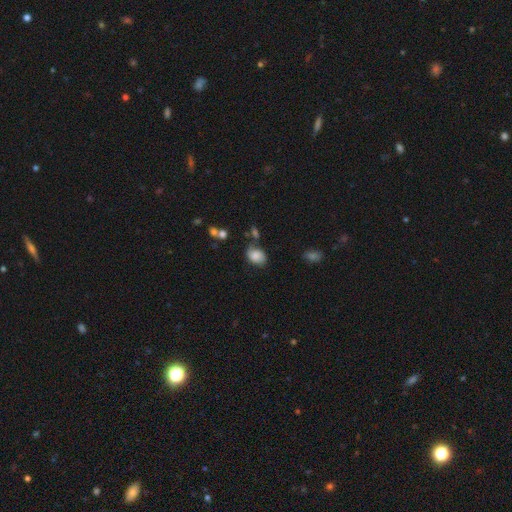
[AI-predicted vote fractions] smooth 80%, featured or disk 11%, star or artifact 9%. Down the decision tree: how rounded — in between (72%); merging — none (65%).